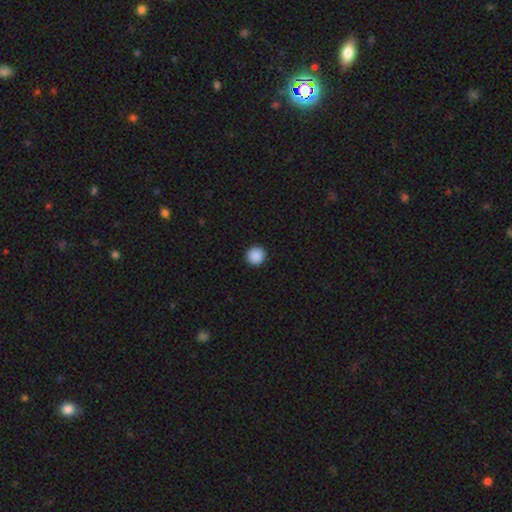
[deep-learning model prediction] A smooth galaxy with no disk features (89%) that is round (96%). Merging: none (93%).